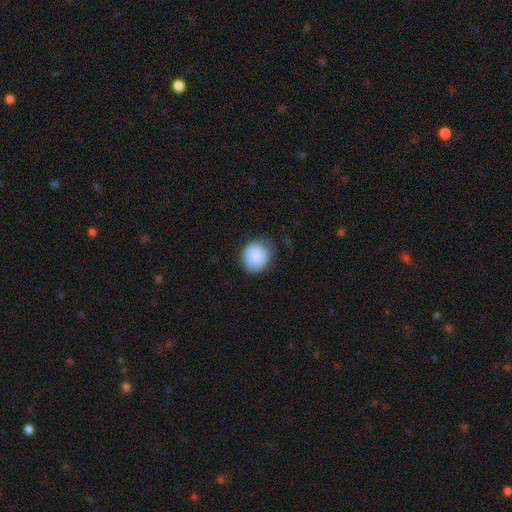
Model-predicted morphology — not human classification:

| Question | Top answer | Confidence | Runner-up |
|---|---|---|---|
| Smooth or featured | smooth | 86% | featured or disk (7%) |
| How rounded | round | 78% | in between (21%) |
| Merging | none | 69% | minor disturbance (23%) |